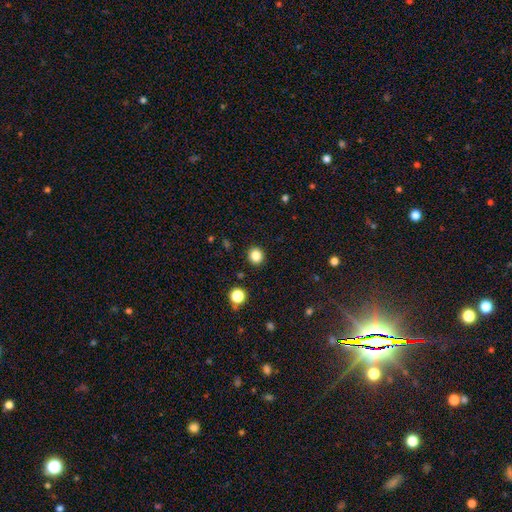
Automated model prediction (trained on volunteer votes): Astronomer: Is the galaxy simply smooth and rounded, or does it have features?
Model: smooth — 84%.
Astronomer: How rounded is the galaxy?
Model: round — 90%.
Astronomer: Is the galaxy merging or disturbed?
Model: none — 91%.